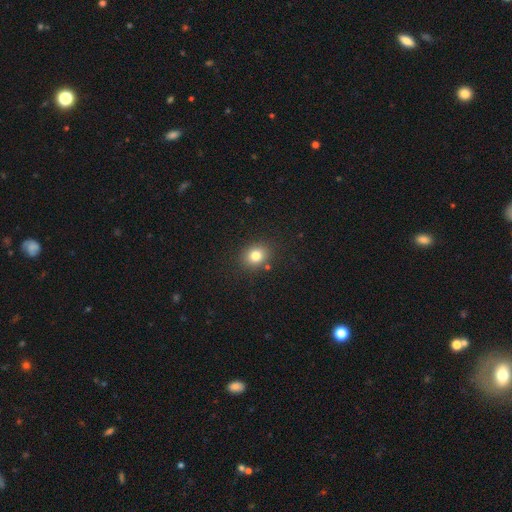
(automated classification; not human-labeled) A smooth galaxy with no disk features (81%) that is round (64%).

Vote fractions:
- Smooth or featured? smooth: 81% / star or artifact: 12% / featured or disk: 7%
- How rounded? round: 64% / in between: 35% / cigar-shaped: 1%
- Merging? none: 85% / minor disturbance: 9% / merger: 3% / major disturbance: 3%